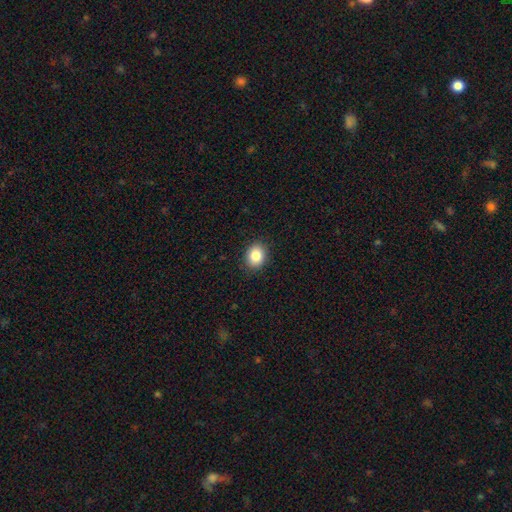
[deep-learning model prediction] A smooth galaxy with no disk features (85%) that is round (53%).

Vote fractions:
- Smooth or featured? smooth: 85% / star or artifact: 9% / featured or disk: 6%
- How rounded? round: 53% / in between: 46% / cigar-shaped: 1%
- Merging? none: 90% / minor disturbance: 7% / major disturbance: 2% / merger: 1%